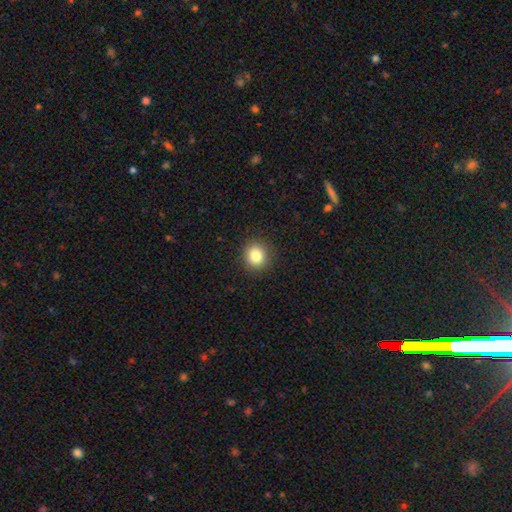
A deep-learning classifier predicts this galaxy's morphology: The model was most divided on "how rounded": round: 86%, in between: 13%, cigar-shaped: 1%. More confident: merging — none (90%); smooth or featured — smooth (84%).